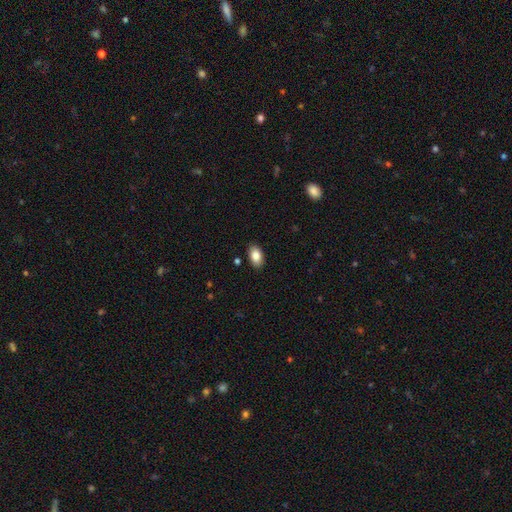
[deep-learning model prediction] Smooth or featured? Predicted: smooth (p=0.85). How rounded? Predicted: in between (p=0.93). Merging? Predicted: none (p=0.88).